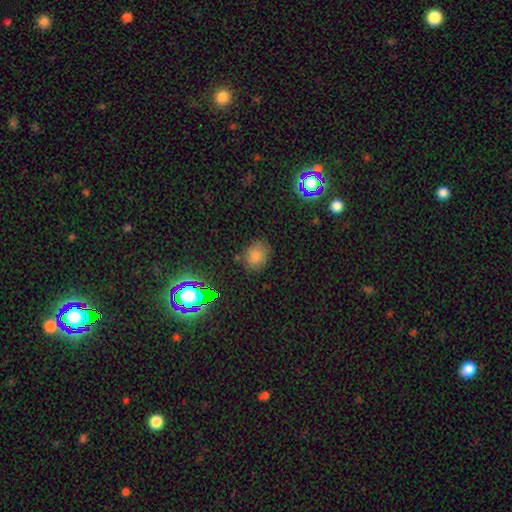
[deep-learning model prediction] smooth 76%, star or artifact 17%, featured or disk 7%. Down the decision tree: how rounded — round (56%); merging — none (79%).